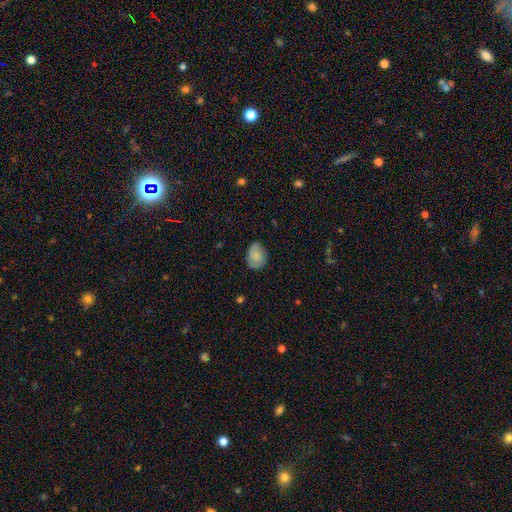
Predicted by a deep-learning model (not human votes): Morphology: type=smooth (79%); roundness=in between (68%); merging=none (73%).